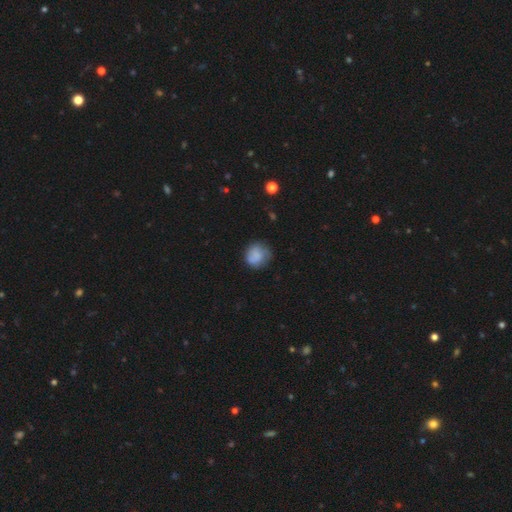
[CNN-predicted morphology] smooth 77%, featured or disk 15%, star or artifact 8%. Down the decision tree: how rounded — round (82%); merging — none (64%).